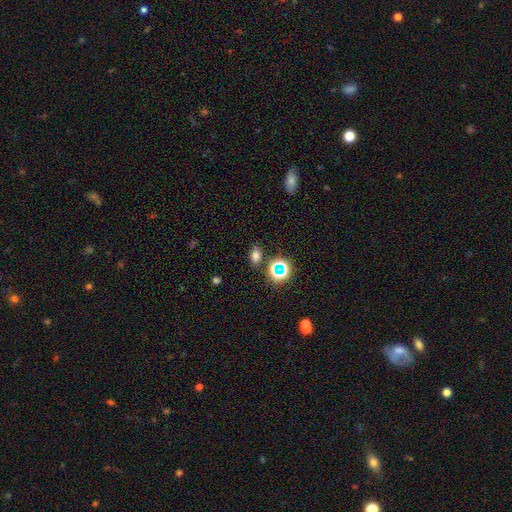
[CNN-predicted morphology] Smooth or featured? Predicted: smooth (p=0.69). How rounded? Predicted: in between (p=0.76). Merging? Predicted: none (p=0.81).